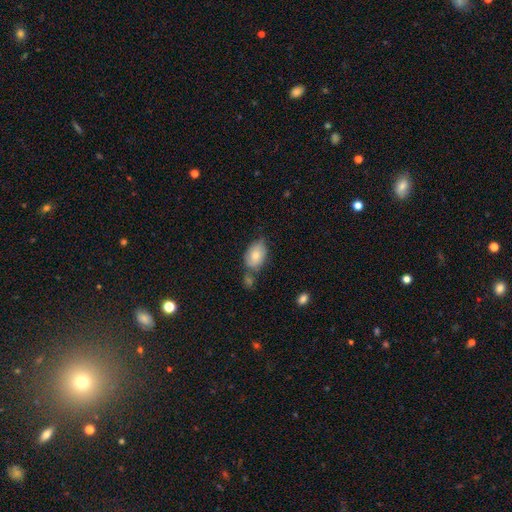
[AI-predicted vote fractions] smooth-or-featured: smooth: 76% | featured or disk: 17% | star or artifact: 7%
  how-rounded: in between: 86% | round: 12% | cigar-shaped: 1%
  merging: none: 49% | minor disturbance: 26% | merger: 18% | major disturbance: 7%